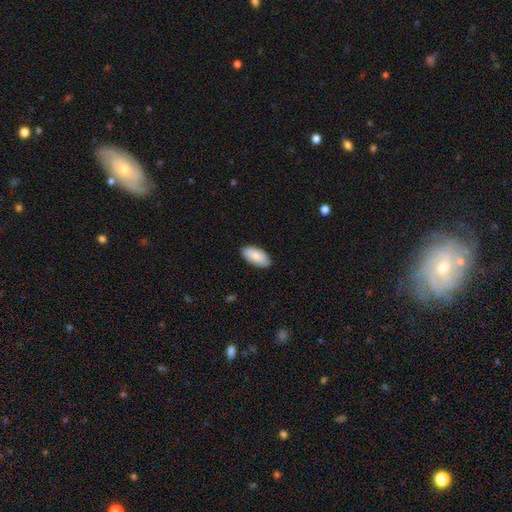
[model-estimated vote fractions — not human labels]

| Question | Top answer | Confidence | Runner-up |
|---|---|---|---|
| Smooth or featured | smooth | 88% | featured or disk (7%) |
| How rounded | in between | 93% | cigar-shaped (6%) |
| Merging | none | 88% | minor disturbance (9%) |